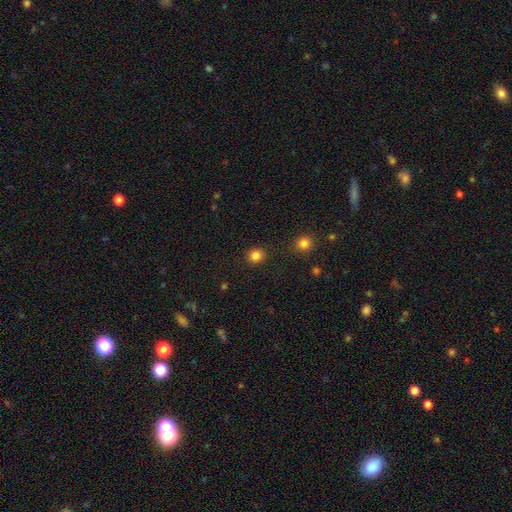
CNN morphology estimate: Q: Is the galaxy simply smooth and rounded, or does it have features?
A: smooth — 84%.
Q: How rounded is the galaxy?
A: round — 88%.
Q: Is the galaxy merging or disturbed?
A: none — 90%.